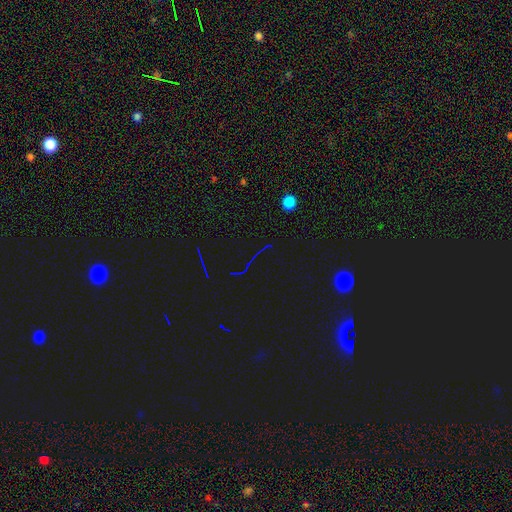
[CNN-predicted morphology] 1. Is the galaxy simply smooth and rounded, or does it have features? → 82% star or artifact, 9% featured or disk, 9% smooth.